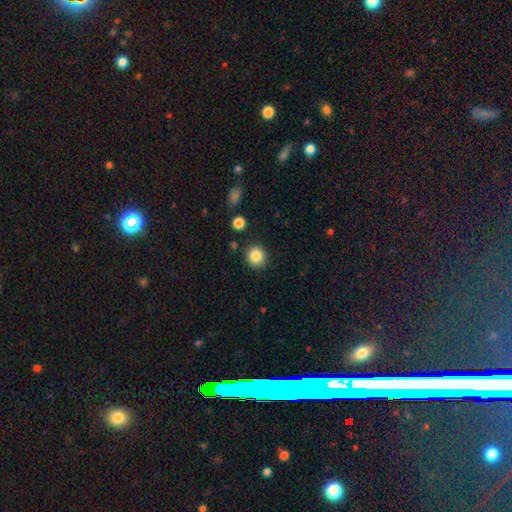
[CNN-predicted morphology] type=smooth (86%); roundness=round (86%); merging=none (89%).